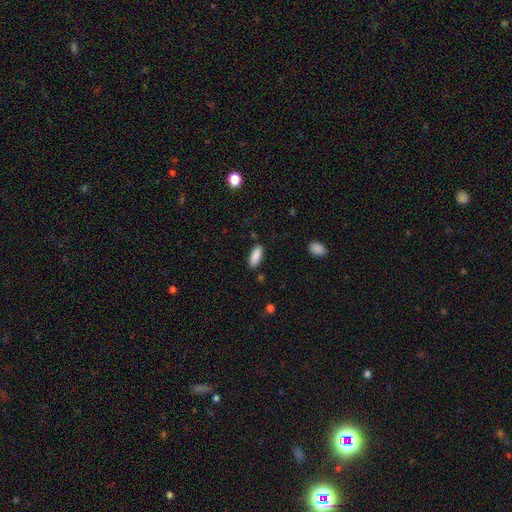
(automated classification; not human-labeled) smooth-or-featured: smooth: 89% | star or artifact: 6% | featured or disk: 5%
  how-rounded: in between: 71% | cigar-shaped: 27% | round: 2%
  merging: none: 85% | minor disturbance: 11% | major disturbance: 2% | merger: 2%